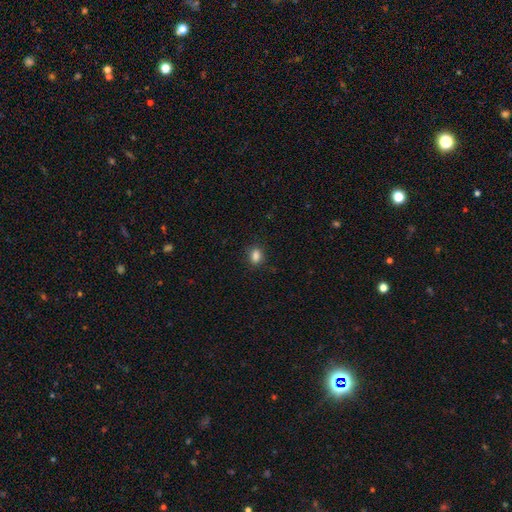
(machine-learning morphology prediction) A smooth galaxy with no disk features (85%) that is in between round and cigar-shaped (74%).

Vote fractions:
- Smooth or featured? smooth: 85% / star or artifact: 11% / featured or disk: 4%
- How rounded? in between: 74% / round: 23% / cigar-shaped: 3%
- Merging? none: 84% / minor disturbance: 12% / major disturbance: 3% / merger: 1%